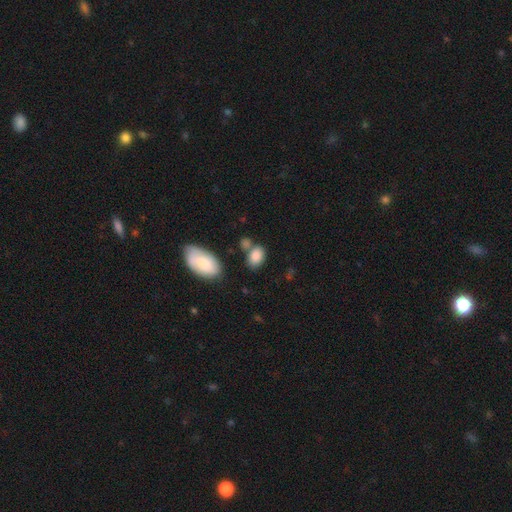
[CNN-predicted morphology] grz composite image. It shows a smooth galaxy with no disk features (86%) that is in between round and cigar-shaped (85%). Merging: none (57%).